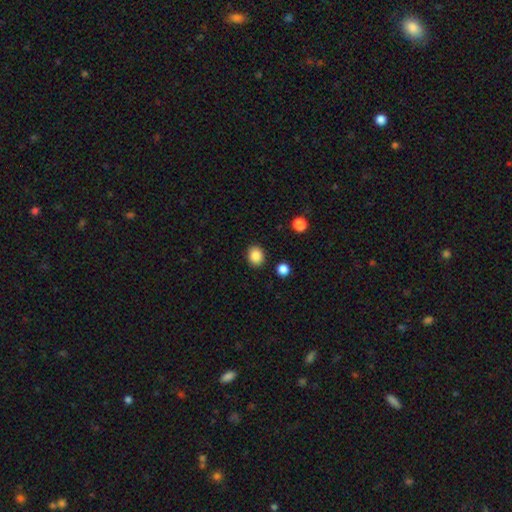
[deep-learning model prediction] Smooth or featured?
  - smooth: 87% *
  - star or artifact: 10%
  - featured or disk: 4%
How rounded?
  - round: 66% *
  - in between: 33%
  - cigar-shaped: 1%
Merging?
  - none: 88% *
  - minor disturbance: 7%
  - merger: 2%
  - major disturbance: 2%